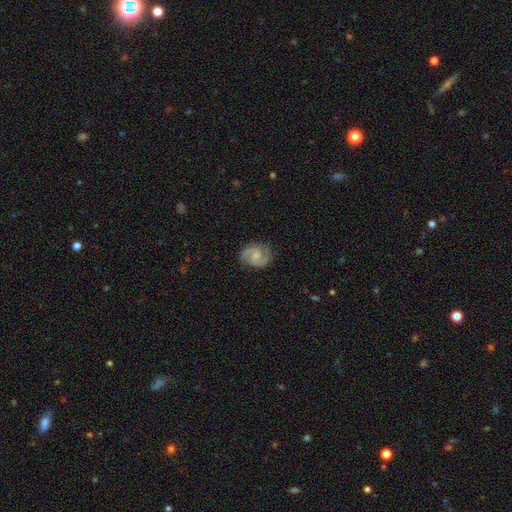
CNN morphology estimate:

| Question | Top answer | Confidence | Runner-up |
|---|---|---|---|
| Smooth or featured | featured or disk | 82% | smooth (13%) |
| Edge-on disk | no | 98% | yes (2%) |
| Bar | no | 47% | weak (46%) |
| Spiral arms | yes | 96% | no (4%) |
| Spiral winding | medium | 57% | tight (26%) |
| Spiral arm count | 2 | 92% | can't tell (3%) |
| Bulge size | small | 49% | moderate (35%) |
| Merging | none | 80% | minor disturbance (14%) |